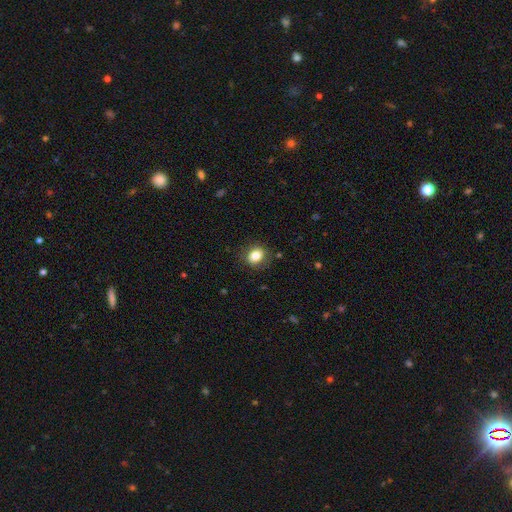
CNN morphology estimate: smooth-or-featured: smooth: 82% | star or artifact: 9% | featured or disk: 9%
  how-rounded: in between: 50% | round: 49% | cigar-shaped: 1%
  merging: none: 84% | minor disturbance: 11% | major disturbance: 3% | merger: 1%